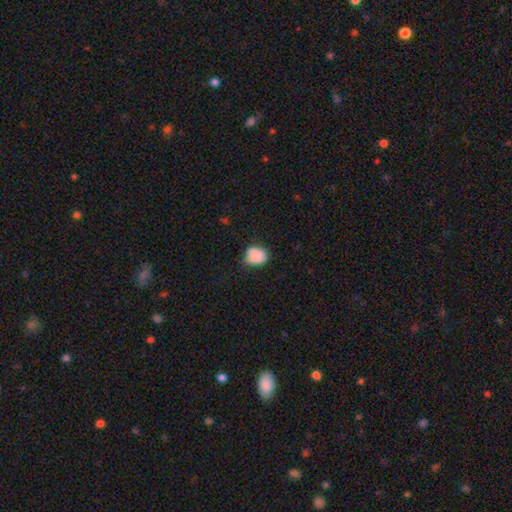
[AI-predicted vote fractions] Smooth or featured? smooth (72%)
How rounded? in between (57%)
Merging? none (55%)